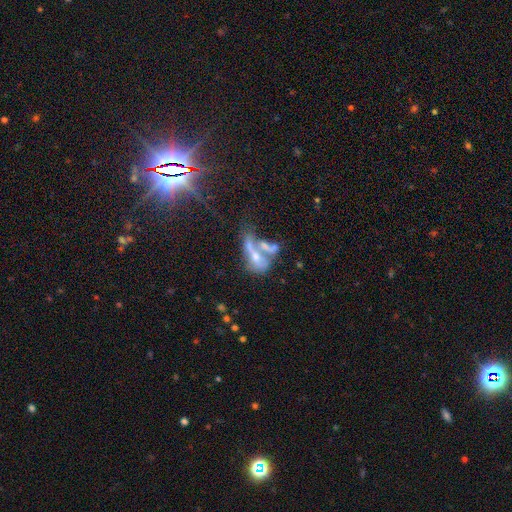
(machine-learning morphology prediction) Smooth or featured?
  - featured or disk: 49% *
  - smooth: 38%
  - star or artifact: 12%
Merging?
  - merger: 58% *
  - major disturbance: 18%
  - none: 15%
  - minor disturbance: 9%